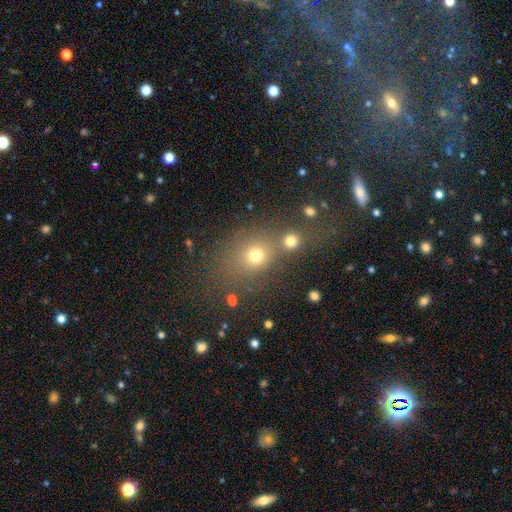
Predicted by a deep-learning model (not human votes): Smooth or featured?
  - smooth: 69% *
  - star or artifact: 20%
  - featured or disk: 12%
How rounded?
  - round: 62% *
  - in between: 36%
  - cigar-shaped: 2%
Merging?
  - none: 51% *
  - merger: 32%
  - minor disturbance: 10%
  - major disturbance: 7%